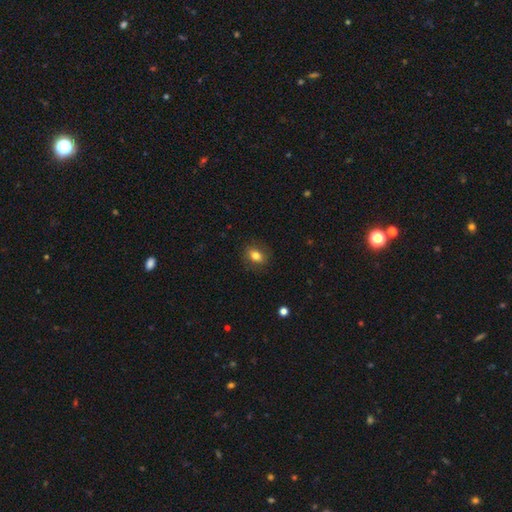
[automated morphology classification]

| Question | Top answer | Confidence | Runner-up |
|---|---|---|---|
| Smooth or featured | smooth | 78% | featured or disk (12%) |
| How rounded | in between | 67% | round (32%) |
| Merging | none | 84% | minor disturbance (11%) |